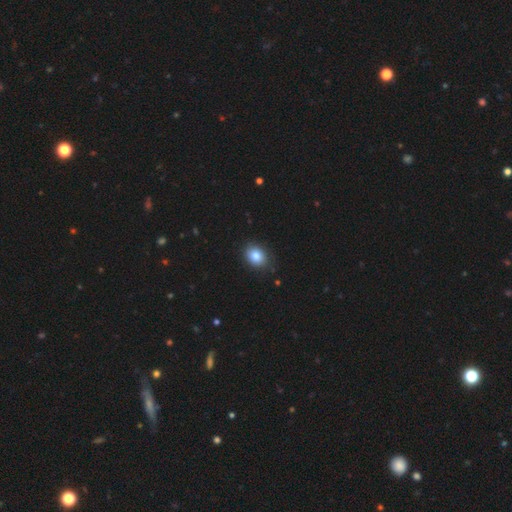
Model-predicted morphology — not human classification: smooth_or_featured: smooth (p=0.84) [alt: star or artifact p=0.09]
how_rounded: in between (p=0.53) [alt: round p=0.46]
merging: none (p=0.86) [alt: minor disturbance p=0.10]